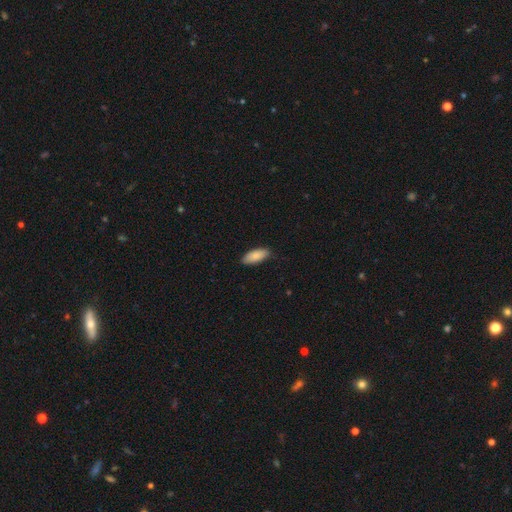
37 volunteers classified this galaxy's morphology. Smooth or featured?
  - smooth: 92% *
  - star or artifact: 5%
  - featured or disk: 3%
How rounded?
  - in between: 79% *
  - cigar-shaped: 21%
  - round: 0%
Merging?
  - none: 94% *
  - minor disturbance: 6%
  - major disturbance: 0%
  - merger: 0%